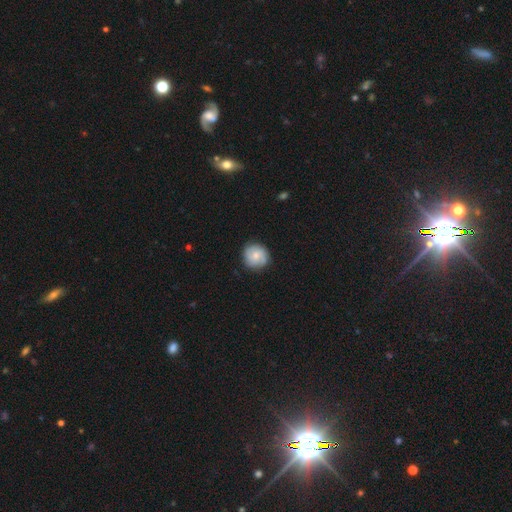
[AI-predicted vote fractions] Overall: smooth (49%; featured or disk 43%). Merging: none (84%).